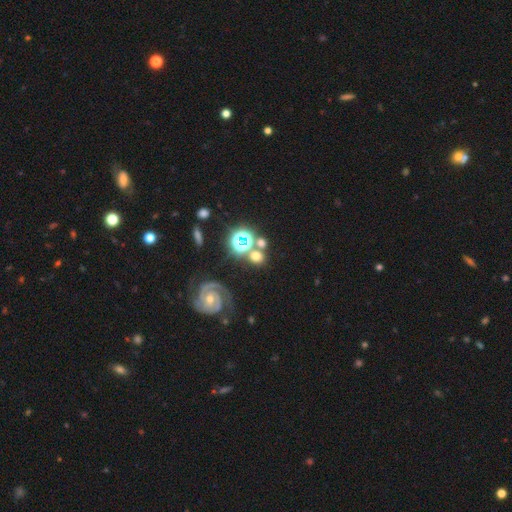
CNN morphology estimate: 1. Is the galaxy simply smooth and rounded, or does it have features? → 46% smooth, 29% featured or disk, 25% star or artifact.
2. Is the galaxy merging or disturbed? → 66% none, 17% merger, 11% minor disturbance, 6% major disturbance.